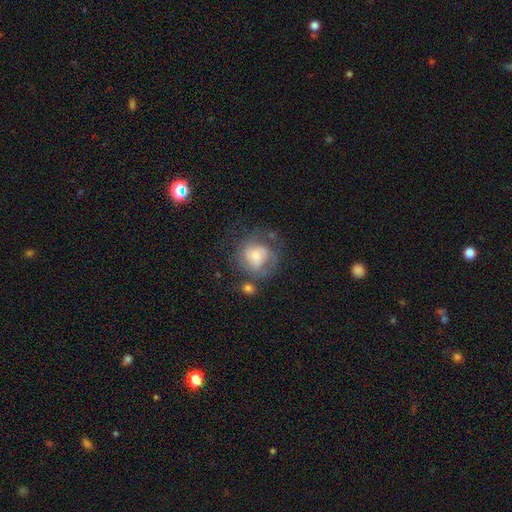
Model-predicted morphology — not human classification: Smooth or featured?
  - featured or disk: 53% *
  - smooth: 37%
  - star or artifact: 9%
Edge-on disk?
  - no: 97% *
  - yes: 3%
Bar?
  - no: 65% *
  - weak: 29%
  - strong: 6%
Spiral arms?
  - yes: 72% *
  - no: 28%
Bulge size?
  - moderate: 38% *
  - small: 36%
  - large: 15%
  - none: 8%
  - dominant: 3%
Merging?
  - none: 53% *
  - minor disturbance: 22%
  - major disturbance: 18%
  - merger: 7%